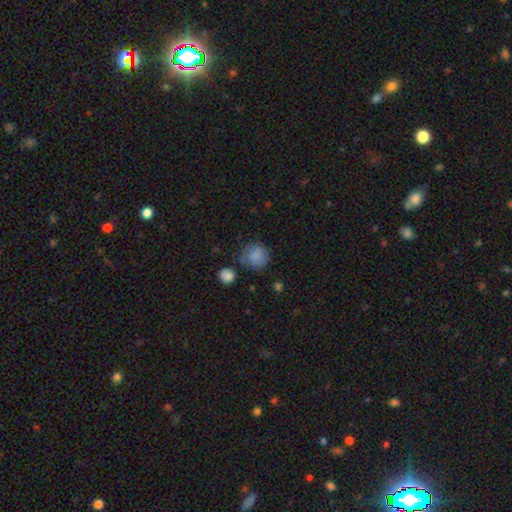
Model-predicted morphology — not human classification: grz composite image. It shows a smooth galaxy with no disk features (82%) that is round (84%). Merging: none (65%).